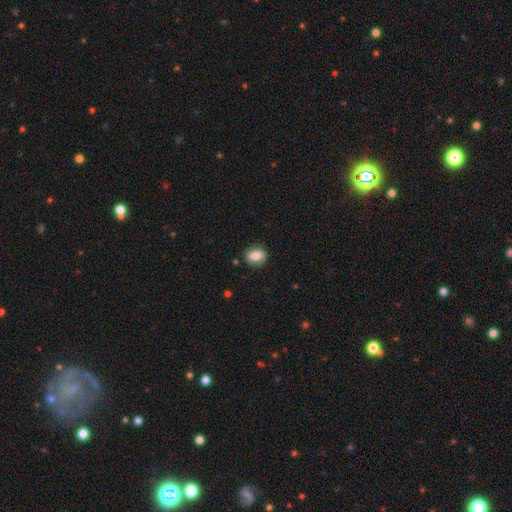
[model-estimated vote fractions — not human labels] Morphology: type=smooth (75%); roundness=in between (67%); merging=none (78%).